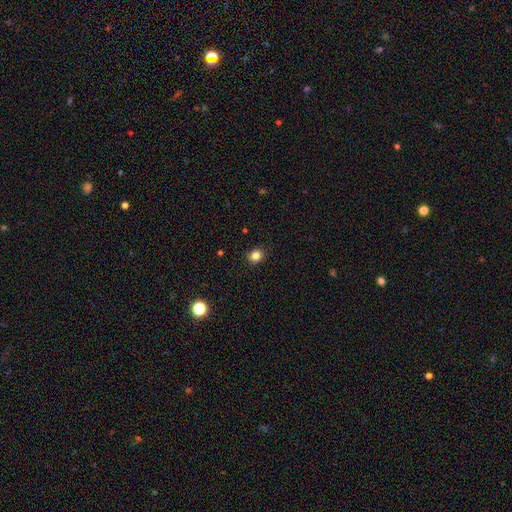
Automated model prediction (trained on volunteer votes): Smooth or featured?
  - smooth: 84% *
  - star or artifact: 12%
  - featured or disk: 4%
How rounded?
  - round: 72% *
  - in between: 27%
  - cigar-shaped: 1%
Merging?
  - none: 90% *
  - minor disturbance: 7%
  - major disturbance: 2%
  - merger: 1%